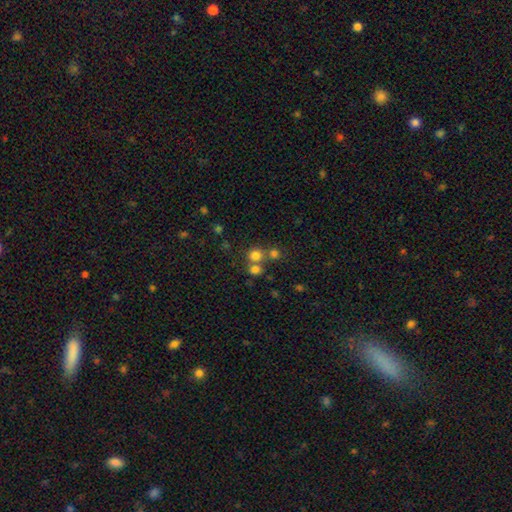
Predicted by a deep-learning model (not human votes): smooth_or_featured: smooth (p=0.73) [alt: star or artifact p=0.18]
how_rounded: round (p=0.87) [alt: in between p=0.12]
merging: none (p=0.57) [alt: merger p=0.33]